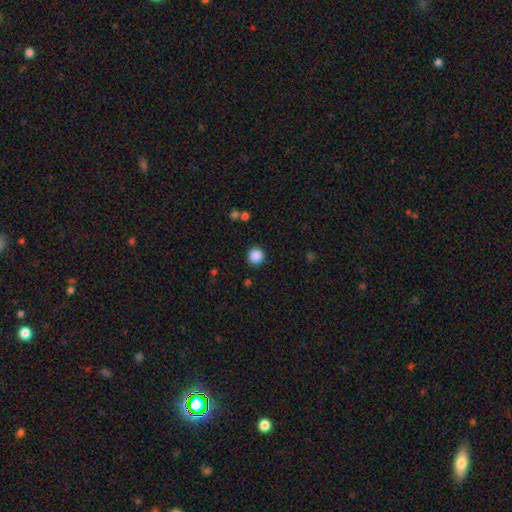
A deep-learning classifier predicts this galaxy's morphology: The model was most divided on "smooth or featured": smooth: 87%, star or artifact: 10%, featured or disk: 3%. More confident: how rounded — round (93%); merging — none (88%).